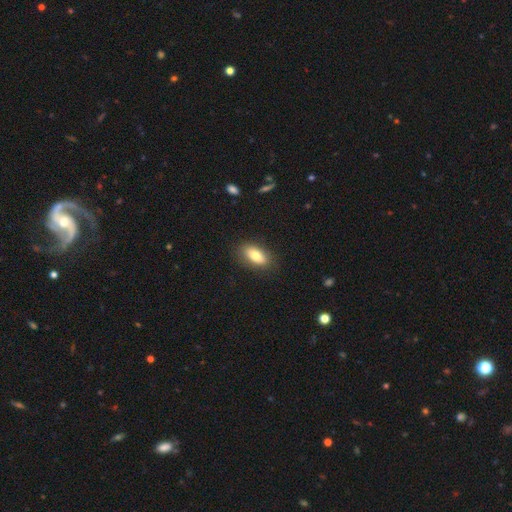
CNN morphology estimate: Smooth or featured: smooth — 77% (featured or disk — 16%)
How rounded: in between — 86% (cigar-shaped — 9%)
Merging: none — 85% (minor disturbance — 11%)